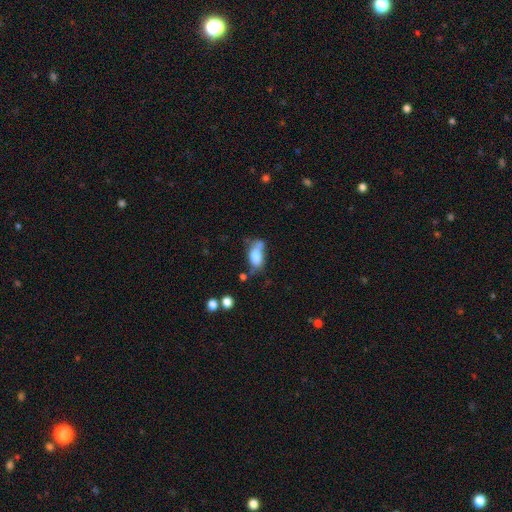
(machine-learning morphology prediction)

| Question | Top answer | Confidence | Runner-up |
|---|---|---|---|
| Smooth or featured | smooth | 74% | featured or disk (18%) |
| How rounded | in between | 86% | round (7%) |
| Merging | none | 40% | minor disturbance (26%) |